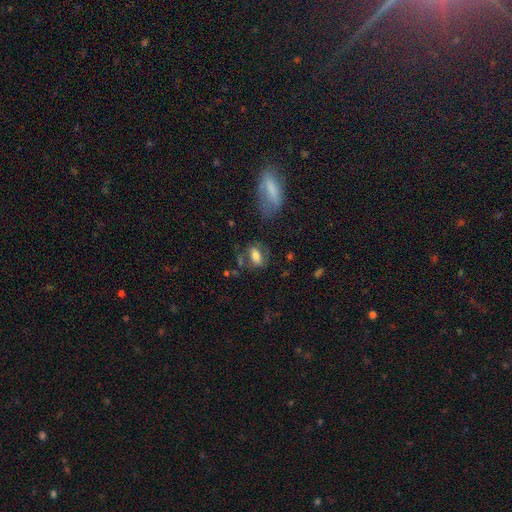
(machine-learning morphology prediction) smooth_or_featured: smooth (p=0.65) [alt: featured or disk p=0.26]
how_rounded: in between (p=0.81) [alt: round p=0.11]
merging: none (p=0.61) [alt: minor disturbance p=0.19]